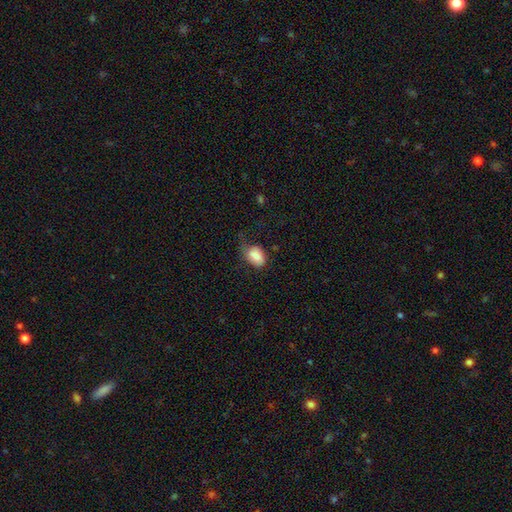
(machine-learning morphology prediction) A smooth galaxy with no disk features (83%) that is in between round and cigar-shaped (83%).

Vote fractions:
- Smooth or featured? smooth: 83% / featured or disk: 10% / star or artifact: 7%
- How rounded? in between: 83% / round: 15% / cigar-shaped: 1%
- Merging? none: 44% / minor disturbance: 35% / major disturbance: 18% / merger: 2%